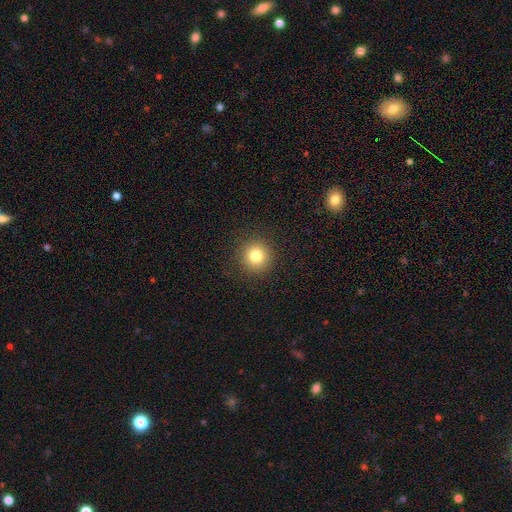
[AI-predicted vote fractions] A smooth galaxy with no disk features (80%) that is round (94%). Merging: none (91%).